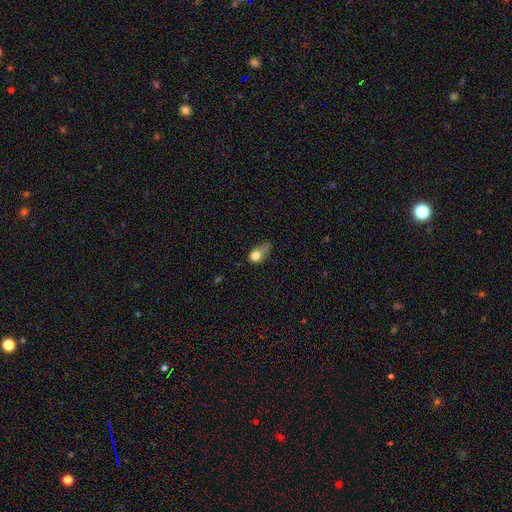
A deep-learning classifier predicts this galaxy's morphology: A smooth galaxy with no disk features (75%) that is in between round and cigar-shaped (59%). Merging: major disturbance (37%).